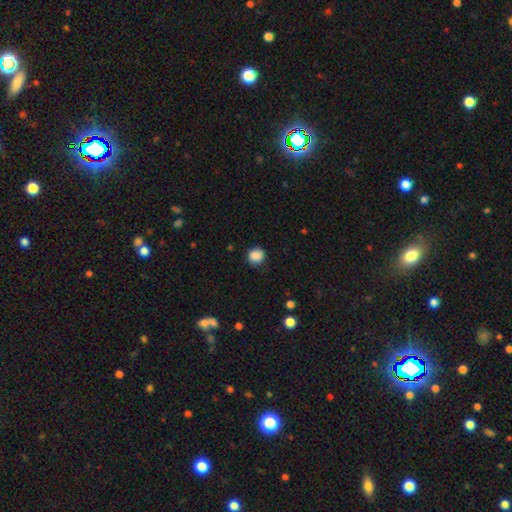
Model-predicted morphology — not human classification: type=smooth (87%); roundness=round (87%); merging=none (84%).